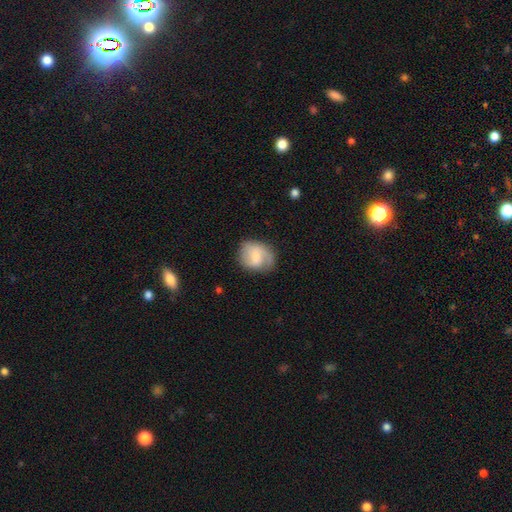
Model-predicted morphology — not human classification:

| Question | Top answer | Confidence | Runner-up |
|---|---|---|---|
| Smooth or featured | smooth | 53% | featured or disk (40%) |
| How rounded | round | 61% | in between (38%) |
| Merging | none | 64% | minor disturbance (23%) |